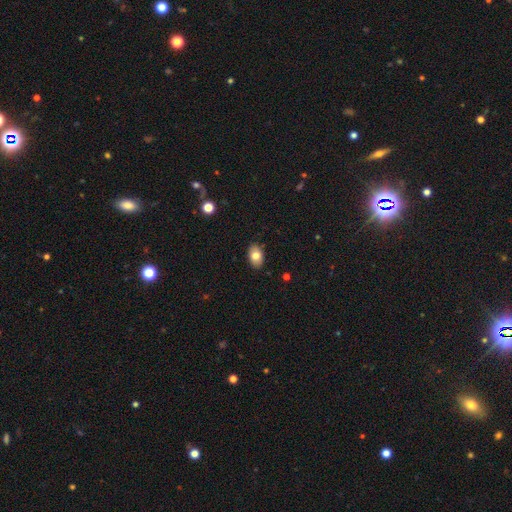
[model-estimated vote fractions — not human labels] Smooth or featured? smooth (80%)
How rounded? in between (88%)
Merging? none (88%)